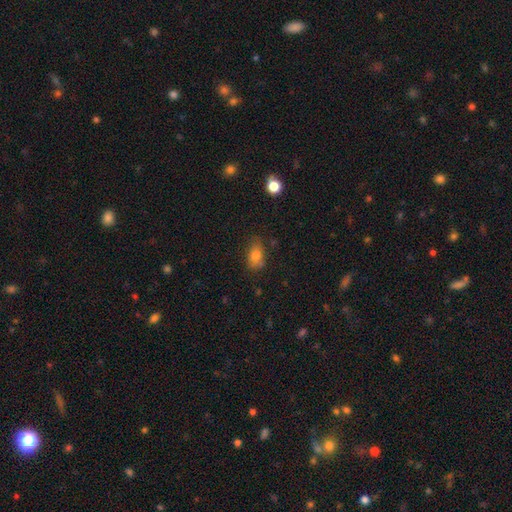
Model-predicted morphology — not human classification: This is likely a smooth galaxy (79%). How rounded: clearly in between (82%). Merging: likely none (65%).